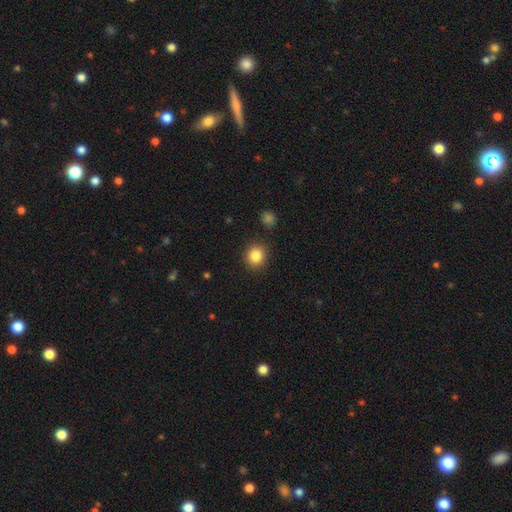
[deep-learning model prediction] Q: Smooth or featured?
A: smooth (85%); runner-up: star or artifact (10%)
Q: How rounded?
A: round (84%); runner-up: in between (15%)
Q: Merging?
A: none (88%); runner-up: minor disturbance (7%)